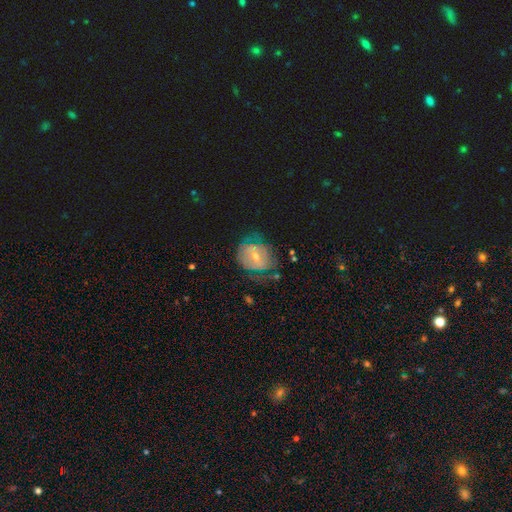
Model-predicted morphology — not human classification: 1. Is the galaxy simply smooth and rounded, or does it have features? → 64% featured or disk, 28% smooth, 8% star or artifact.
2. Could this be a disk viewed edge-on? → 95% no, 5% yes.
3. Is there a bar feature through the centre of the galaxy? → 48% weak, 32% no, 20% strong.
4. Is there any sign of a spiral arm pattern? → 60% yes, 40% no.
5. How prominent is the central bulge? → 52% small, 43% moderate, 2% large, 2% none, 1% dominant.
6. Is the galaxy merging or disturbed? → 49% none, 26% minor disturbance, 22% major disturbance, 3% merger.